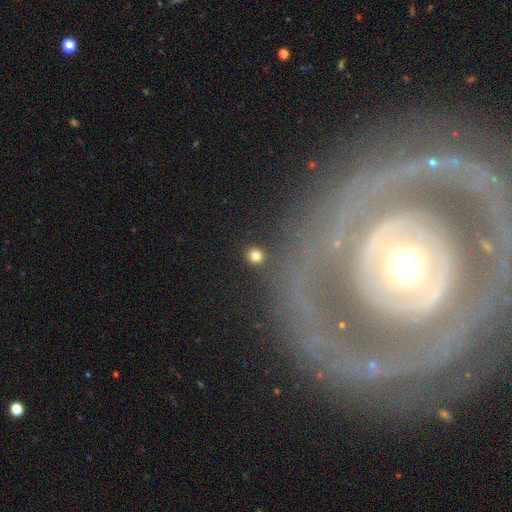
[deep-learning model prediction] A smooth galaxy with no disk features (81%) that is round (88%). Merging: none (89%).